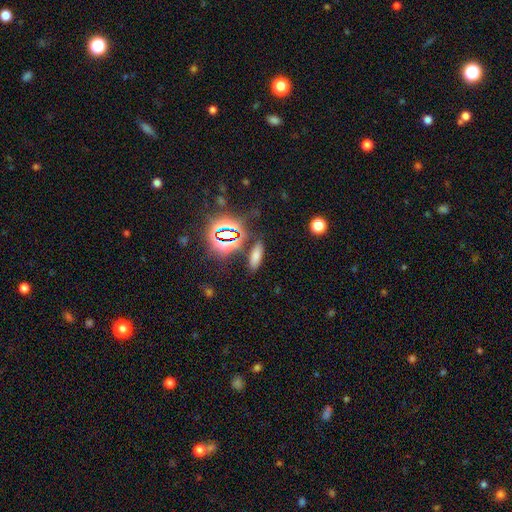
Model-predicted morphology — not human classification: Smooth or featured?
  - smooth: 64% *
  - star or artifact: 27%
  - featured or disk: 9%
How rounded?
  - in between: 61% *
  - cigar-shaped: 33%
  - round: 6%
Merging?
  - none: 83% *
  - minor disturbance: 9%
  - merger: 4%
  - major disturbance: 4%